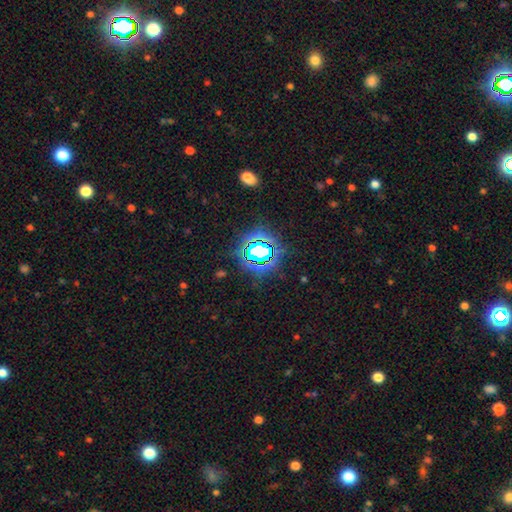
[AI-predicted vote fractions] This appears to be a star or artifact, not a galaxy (72%).